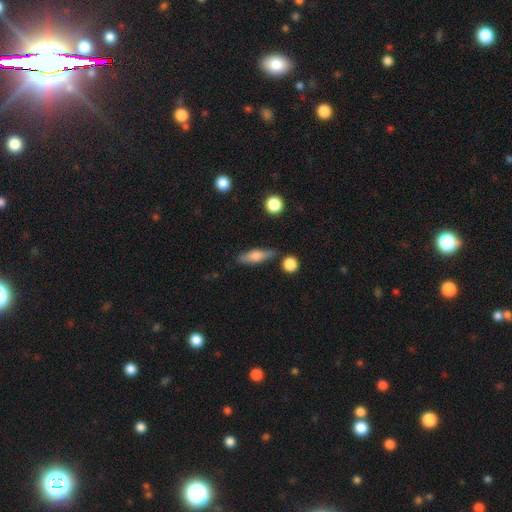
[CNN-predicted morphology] smooth 60%, featured or disk 33%, star or artifact 7%. Down the decision tree: how rounded — cigar-shaped (56%); merging — none (77%).